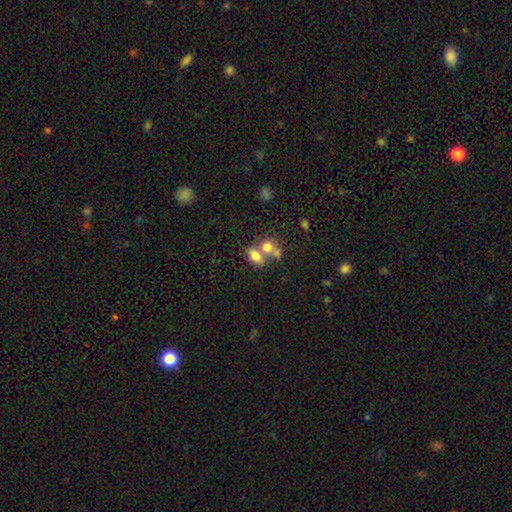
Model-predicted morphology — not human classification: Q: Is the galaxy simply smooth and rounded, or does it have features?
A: smooth — 75%.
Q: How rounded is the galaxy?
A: in between — 78%.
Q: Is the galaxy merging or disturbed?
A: merger — 52%.